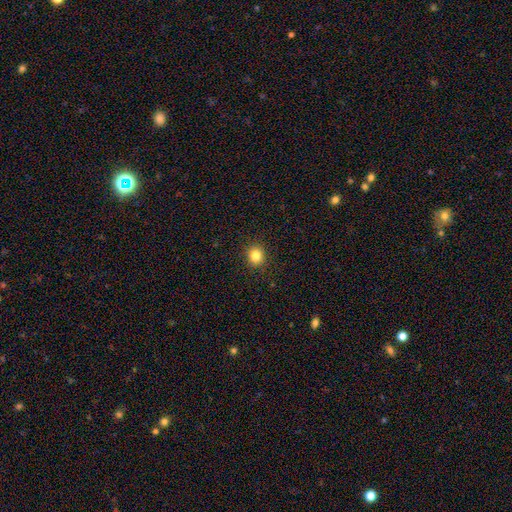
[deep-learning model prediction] smooth 83%, star or artifact 12%, featured or disk 5%. Down the decision tree: how rounded — round (83%); merging — none (92%).